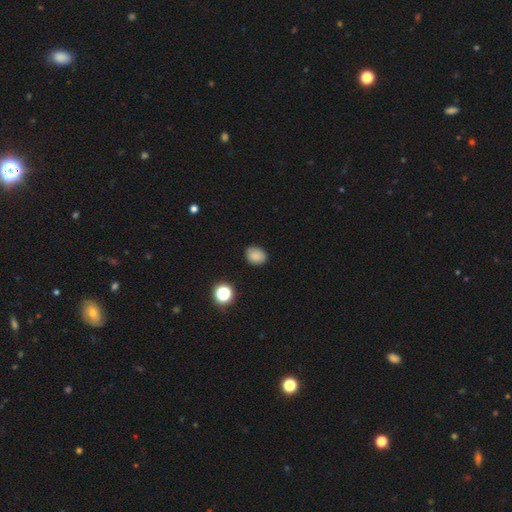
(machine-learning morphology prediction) smooth 83%, star or artifact 12%, featured or disk 5%. Down the decision tree: how rounded — round (53%); merging — none (84%).